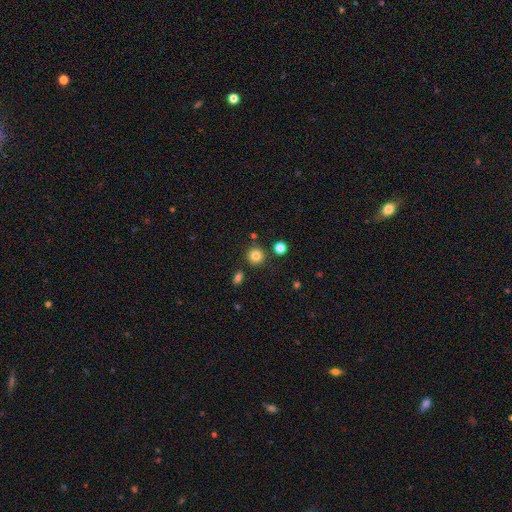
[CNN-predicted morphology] smooth_or_featured: smooth (p=0.81) [alt: star or artifact p=0.12]
how_rounded: round (p=0.92) [alt: in between p=0.07]
merging: none (p=0.85) [alt: minor disturbance p=0.07]